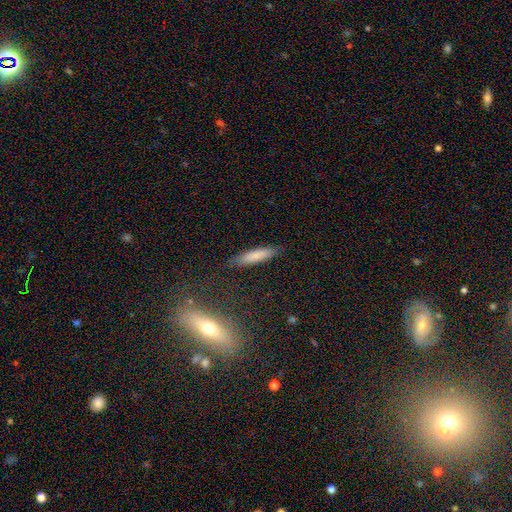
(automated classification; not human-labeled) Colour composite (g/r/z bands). It shows a smooth galaxy with no disk features (79%) that is cigar-shaped (81%). Merging: none (87%).